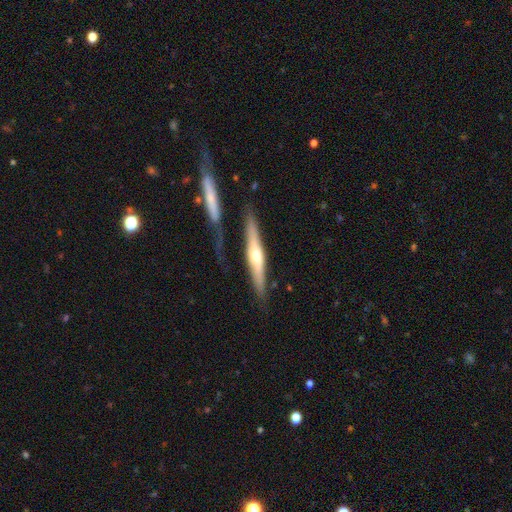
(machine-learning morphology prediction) Smooth or featured? featured or disk (63%)
Edge-on disk? yes (89%)
Edge-on bulge? rounded (82%)
Merging? none (62%)